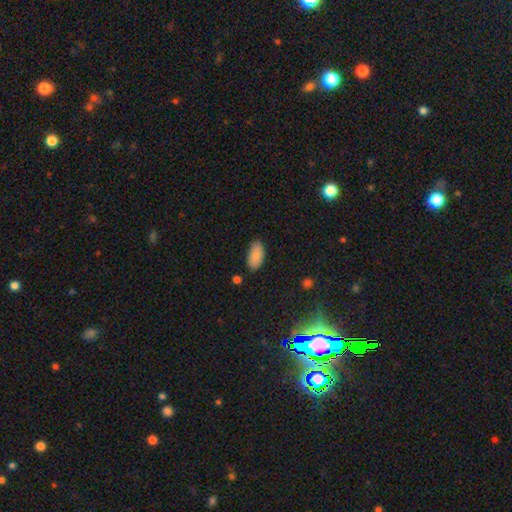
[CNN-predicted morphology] Overall: smooth (87%). How rounded: in between (94%). Merging: none (83%).